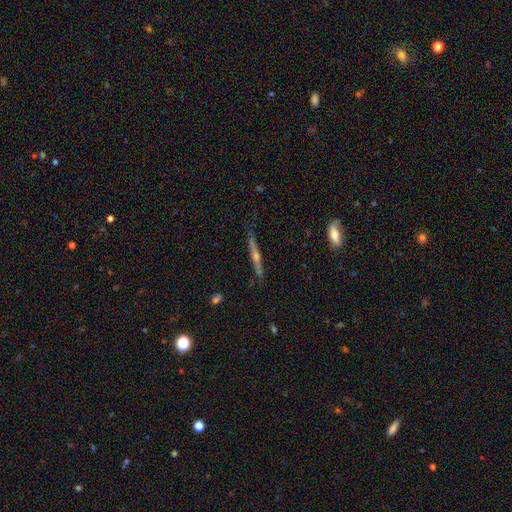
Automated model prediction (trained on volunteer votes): Smooth or featured? featured or disk (71%)
Edge-on disk? yes (97%)
Edge-on bulge? rounded (82%)
Merging? none (84%)